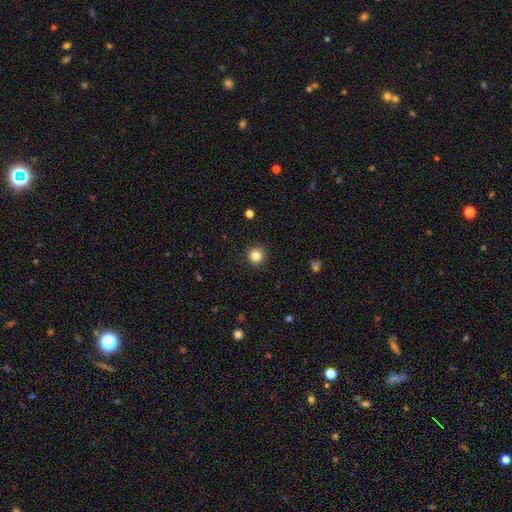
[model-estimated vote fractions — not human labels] Smooth or featured? smooth (84%)
How rounded? round (95%)
Merging? none (92%)